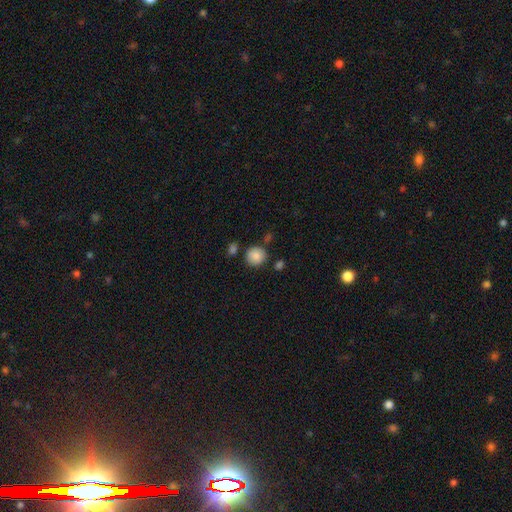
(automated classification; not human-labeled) Overall: smooth (87%). How rounded: round (87%). Merging: none (79%).